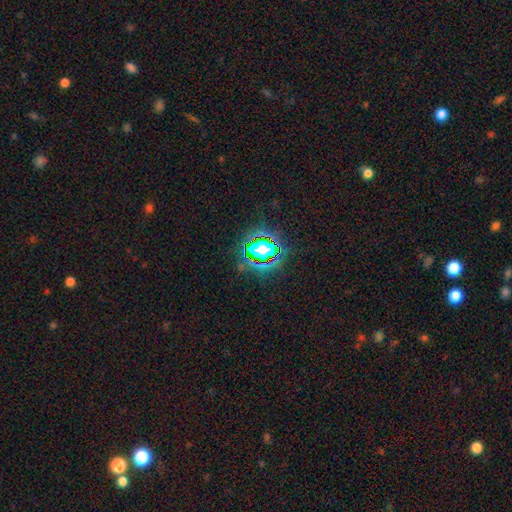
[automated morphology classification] Smooth or featured? star or artifact (80%)